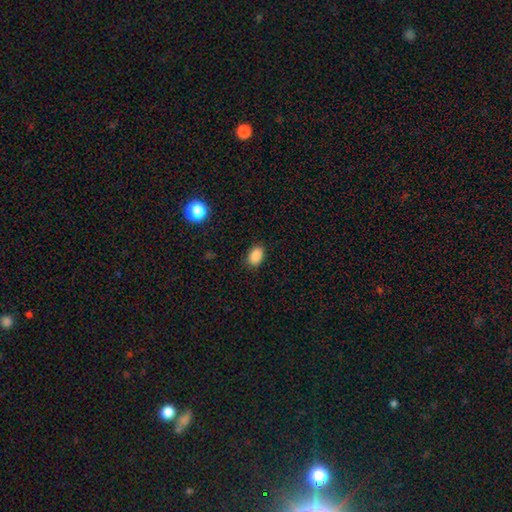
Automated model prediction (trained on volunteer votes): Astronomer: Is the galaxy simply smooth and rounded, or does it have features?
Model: smooth — 88%.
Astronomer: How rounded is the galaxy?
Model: in between — 83%.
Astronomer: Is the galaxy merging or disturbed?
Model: none — 87%.